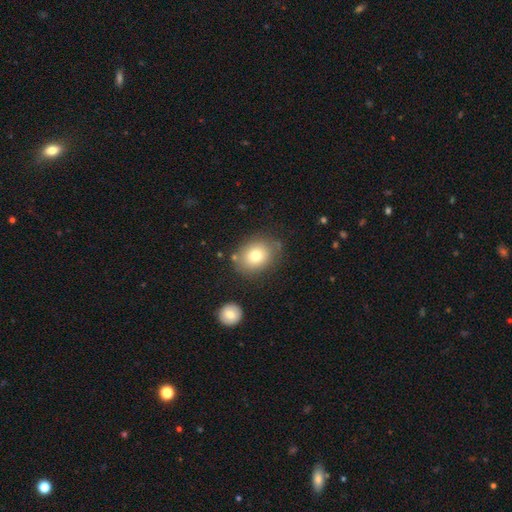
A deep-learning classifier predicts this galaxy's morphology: Smooth or featured? Predicted: smooth (p=0.75). How rounded? Predicted: round (p=0.57). Merging? Predicted: none (p=0.74).